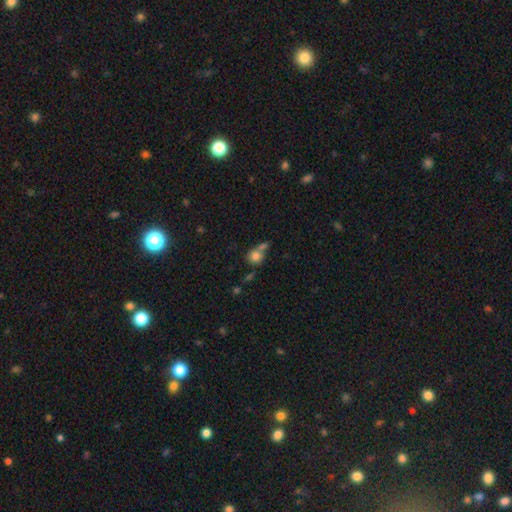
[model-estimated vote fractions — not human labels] Smooth or featured? smooth (79%)
How rounded? round (79%)
Merging? none (42%)